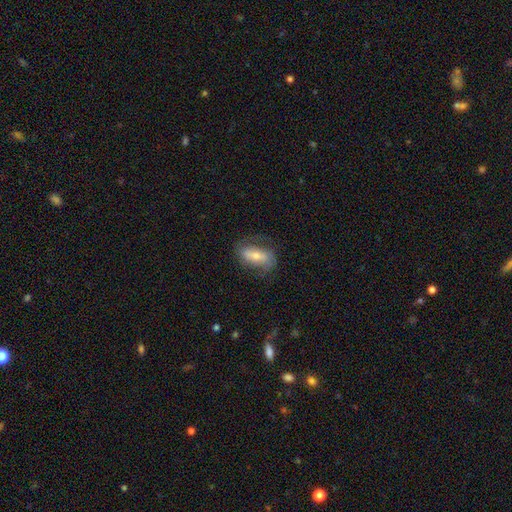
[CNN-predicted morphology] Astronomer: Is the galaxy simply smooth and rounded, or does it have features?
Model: featured or disk — 45% (runner-up: smooth, 38%).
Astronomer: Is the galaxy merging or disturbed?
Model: none — 76%.